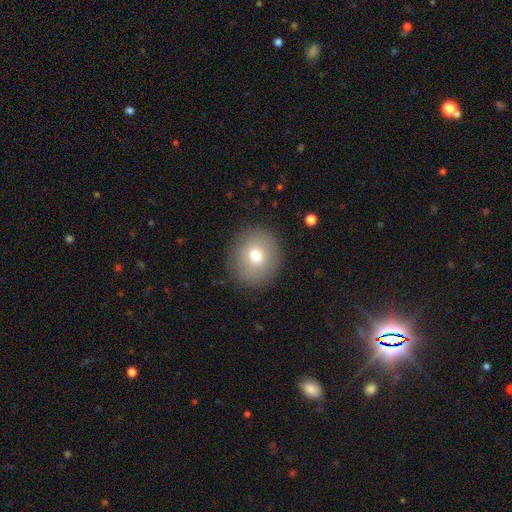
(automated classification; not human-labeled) A smooth galaxy with no disk features (73%) that is round (85%). Merging: none (88%).